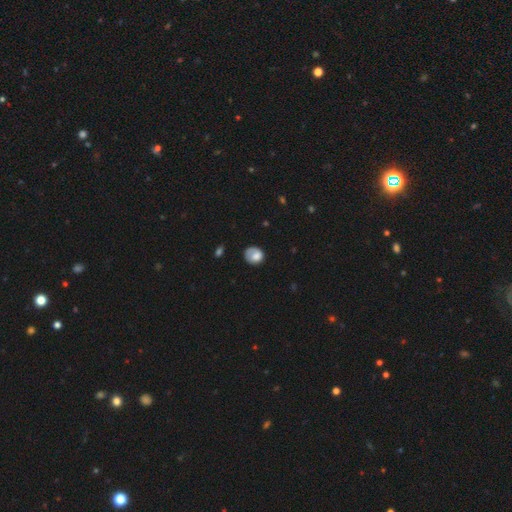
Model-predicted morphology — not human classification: Smooth or featured?
  - smooth: 71% *
  - featured or disk: 21%
  - star or artifact: 8%
How rounded?
  - round: 68% *
  - in between: 31%
  - cigar-shaped: 1%
Merging?
  - none: 56% *
  - minor disturbance: 27%
  - major disturbance: 15%
  - merger: 3%